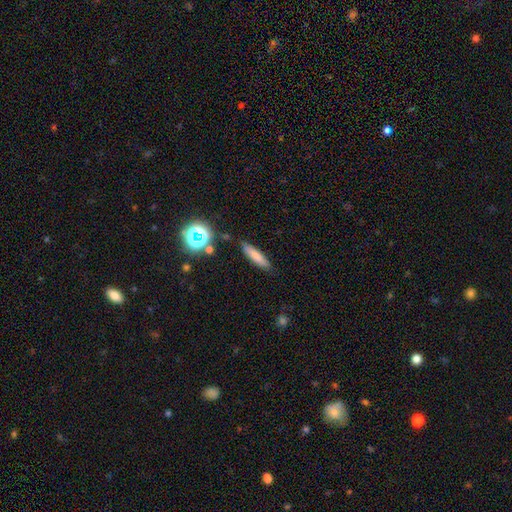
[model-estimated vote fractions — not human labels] This appears to be a smooth galaxy with no disk features (76%) that is cigar-shaped (81%). Merging: none (84%).